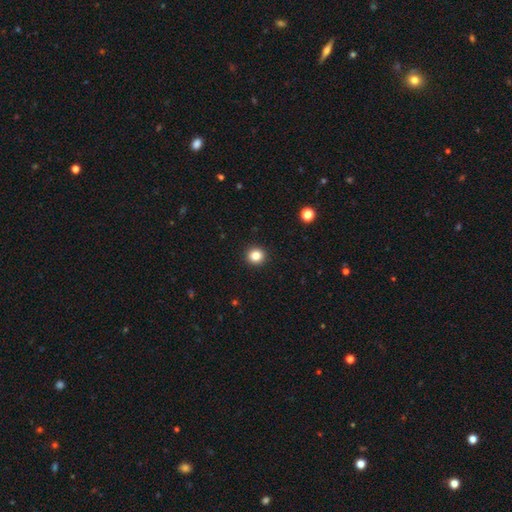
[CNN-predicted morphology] type=smooth (83%); roundness=round (92%); merging=none (94%).